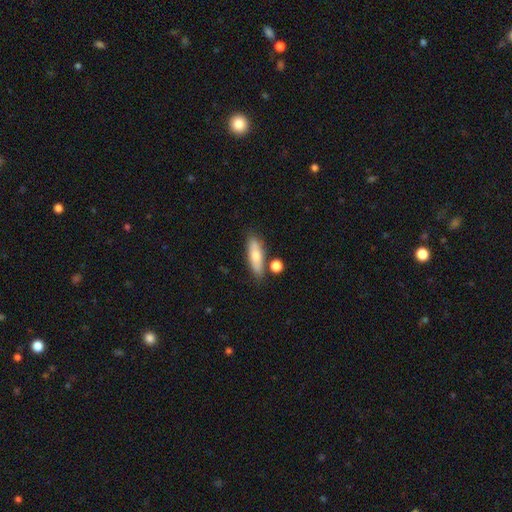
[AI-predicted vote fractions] smooth 69%, featured or disk 24%, star or artifact 7%. Down the decision tree: how rounded — in between (48%, tied with cigar-shaped); merging — none (73%).